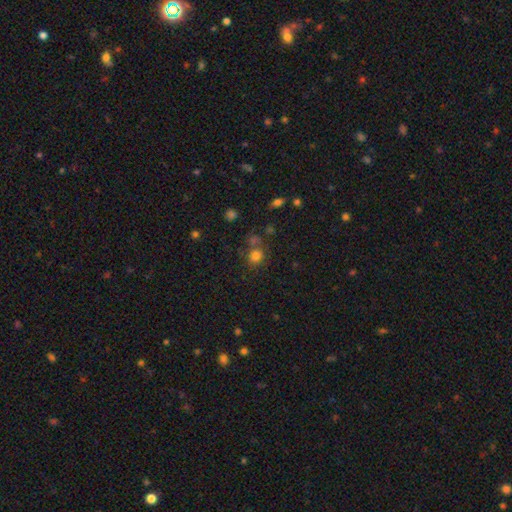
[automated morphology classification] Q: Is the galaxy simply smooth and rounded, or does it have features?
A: smooth — 77%.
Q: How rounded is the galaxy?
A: round — 78%.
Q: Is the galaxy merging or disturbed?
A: none — 64%.